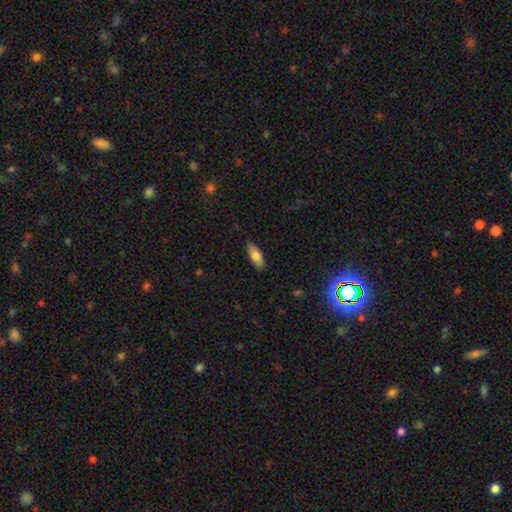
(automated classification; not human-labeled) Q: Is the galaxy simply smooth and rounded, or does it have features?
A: smooth — 75%.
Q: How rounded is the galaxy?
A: in between — 75%.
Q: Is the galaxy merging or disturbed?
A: none — 87%.